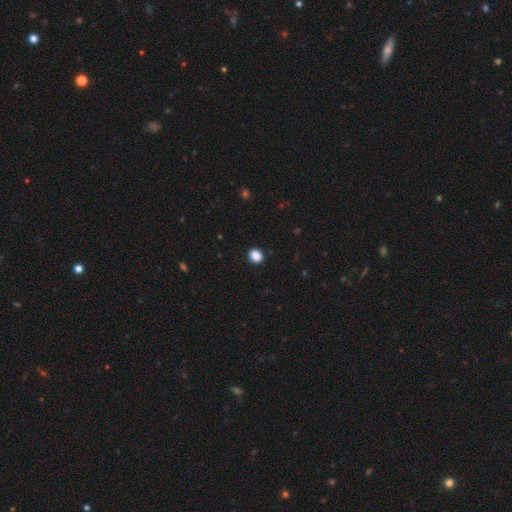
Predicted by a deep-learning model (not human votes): smooth_or_featured: smooth (p=0.88) [alt: star or artifact p=0.10]
how_rounded: round (p=0.71) [alt: in between p=0.28]
merging: none (p=0.92) [alt: minor disturbance p=0.06]